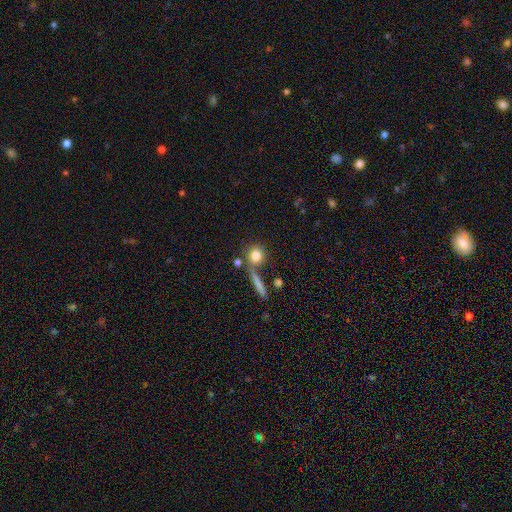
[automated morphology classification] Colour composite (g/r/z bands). It shows a smooth galaxy with no disk features (80%) that is round (86%). Merging: none (69%).